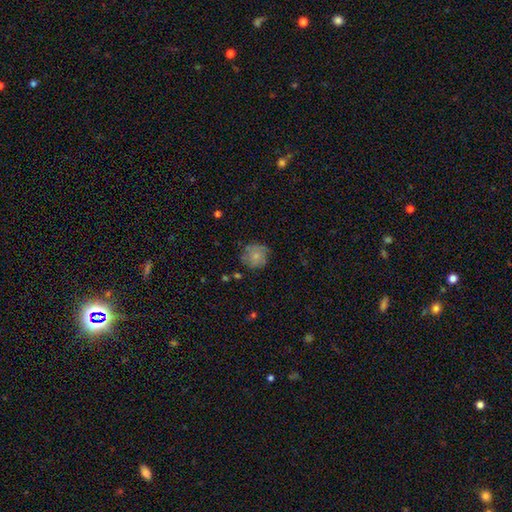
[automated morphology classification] This is likely a smooth galaxy (66%). How rounded: clearly round (86%). Merging: likely none (66%).